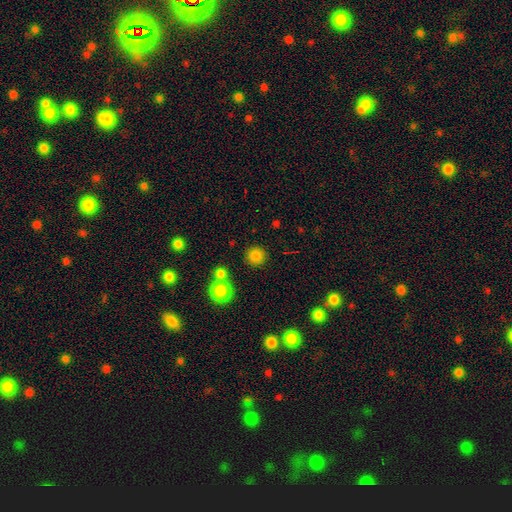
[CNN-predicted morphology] smooth_or_featured: smooth (p=0.83) [alt: star or artifact p=0.12]
how_rounded: round (p=0.94) [alt: in between p=0.05]
merging: none (p=0.84) [alt: merger p=0.07]